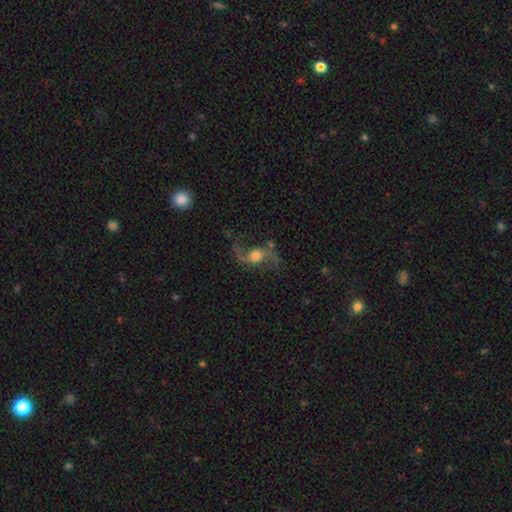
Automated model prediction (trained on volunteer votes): A featured or disk galaxy (86%) with no bar (63%), 2 (94%) loose (83%) spiral arms (96%) and a moderate central bulge (52%). Merging: none (70%).